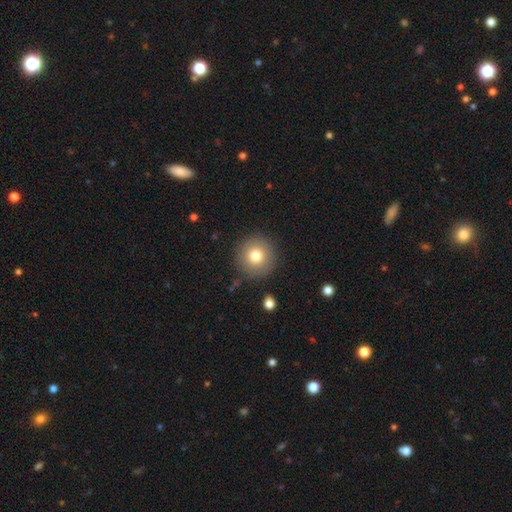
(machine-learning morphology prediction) A smooth galaxy with no disk features (77%) that is round (95%). Merging: none (87%).